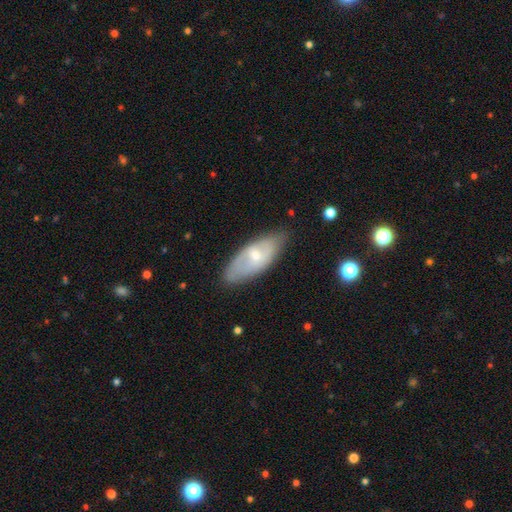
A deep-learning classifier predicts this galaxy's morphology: Smooth or featured? Predicted: featured or disk (p=0.48). Merging? Predicted: none (p=0.75).